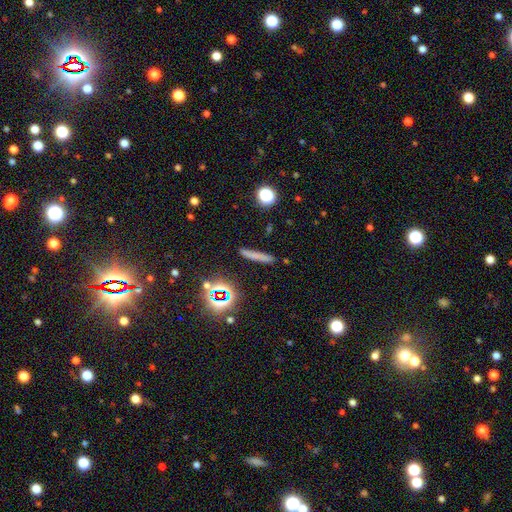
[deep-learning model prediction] Smooth or featured?
  - smooth: 65% *
  - star or artifact: 18%
  - featured or disk: 17%
How rounded?
  - cigar-shaped: 93% *
  - in between: 4%
  - round: 3%
Merging?
  - none: 87% *
  - minor disturbance: 8%
  - merger: 2%
  - major disturbance: 2%